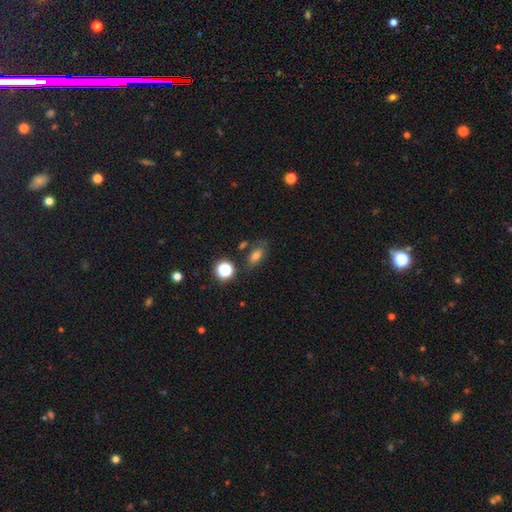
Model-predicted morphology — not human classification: The model was most divided on "merging": none: 67%, minor disturbance: 18%, merger: 8%, major disturbance: 7%. More confident: how rounded — in between (79%); smooth or featured — smooth (71%).